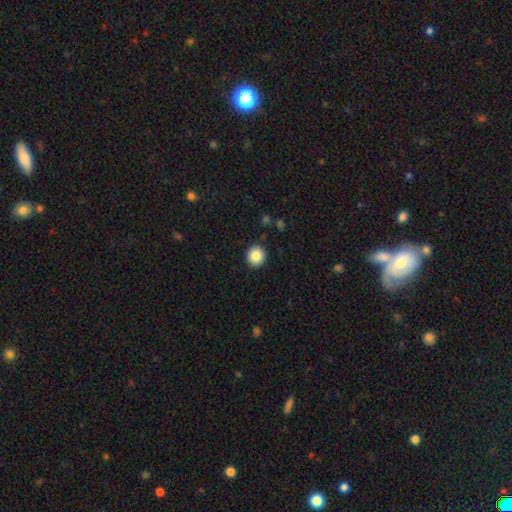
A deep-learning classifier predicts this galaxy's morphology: smooth_or_featured: smooth (p=0.86) [alt: star or artifact p=0.09]
how_rounded: round (p=0.90) [alt: in between p=0.09]
merging: none (p=0.92) [alt: minor disturbance p=0.05]